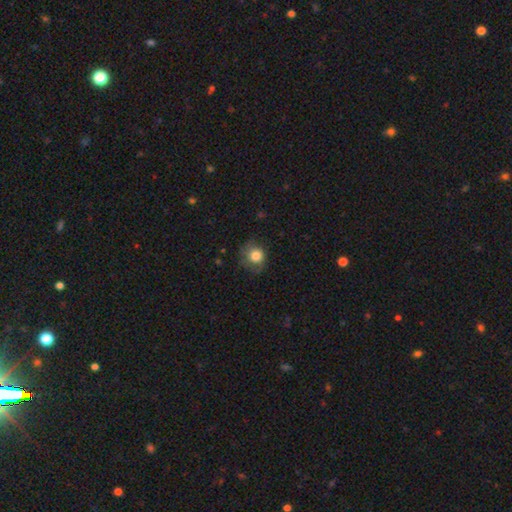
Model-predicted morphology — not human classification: Q: Smooth or featured?
A: smooth (79%); runner-up: featured or disk (12%)
Q: How rounded?
A: round (85%); runner-up: in between (14%)
Q: Merging?
A: none (62%); runner-up: minor disturbance (25%)